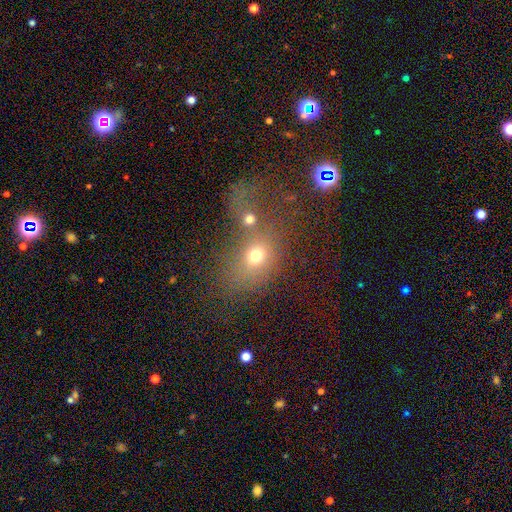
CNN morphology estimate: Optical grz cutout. It shows a smooth galaxy with no disk features (65%) that is round (52%). Merging: merger (45%).